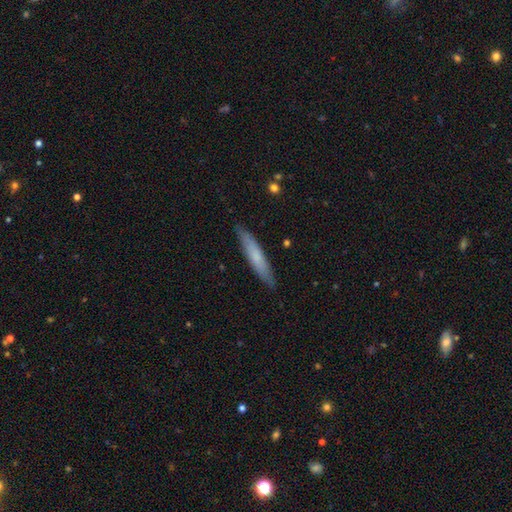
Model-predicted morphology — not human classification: Smooth or featured: smooth — 66% (featured or disk — 28%)
How rounded: cigar-shaped — 92% (in between — 7%)
Merging: none — 87% (minor disturbance — 10%)